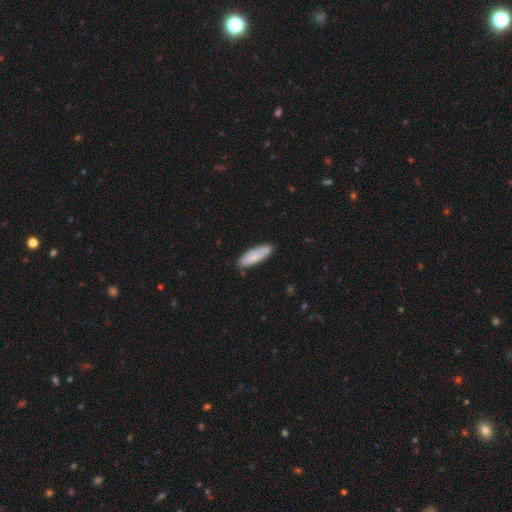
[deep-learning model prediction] Morphology: type=smooth (83%); roundness=cigar-shaped (53%); merging=none (82%).